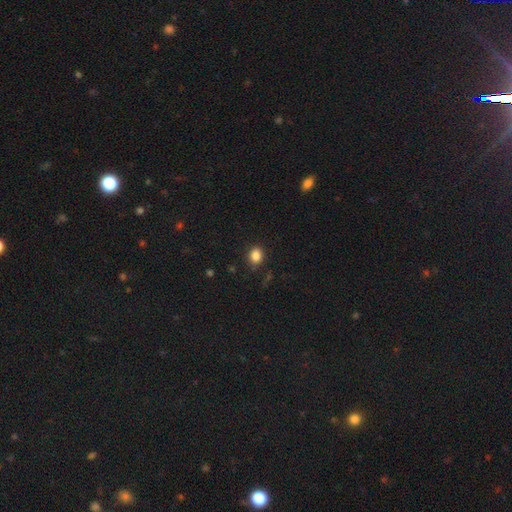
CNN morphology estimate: This appears to be a smooth galaxy with no disk features (85%) that is round (55%). Merging: none (85%).